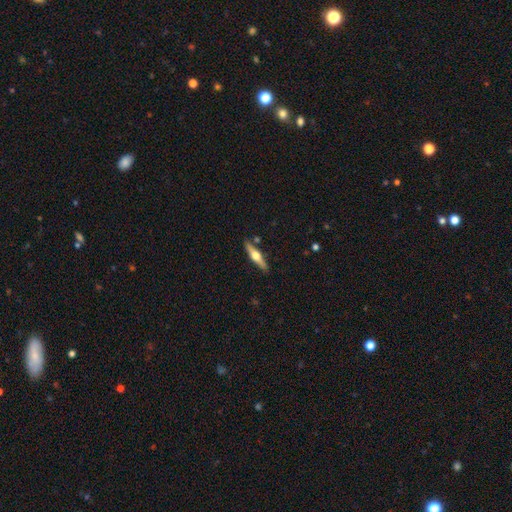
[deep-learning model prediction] Smooth or featured: featured or disk — 63% (smooth — 32%)
Edge-on disk: yes — 96% (no — 4%)
Edge-on bulge: rounded — 95% (boxy — 3%)
Merging: none — 87% (minor disturbance — 8%)